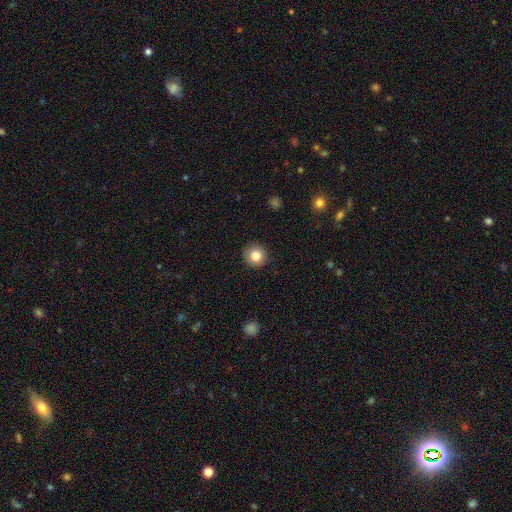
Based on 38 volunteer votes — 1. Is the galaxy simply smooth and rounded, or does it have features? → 84% smooth, 11% featured or disk, 5% star or artifact.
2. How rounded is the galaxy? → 94% round, 6% in between, 0% cigar-shaped.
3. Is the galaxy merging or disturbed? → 94% none, 6% minor disturbance, 0% major disturbance, 0% merger.